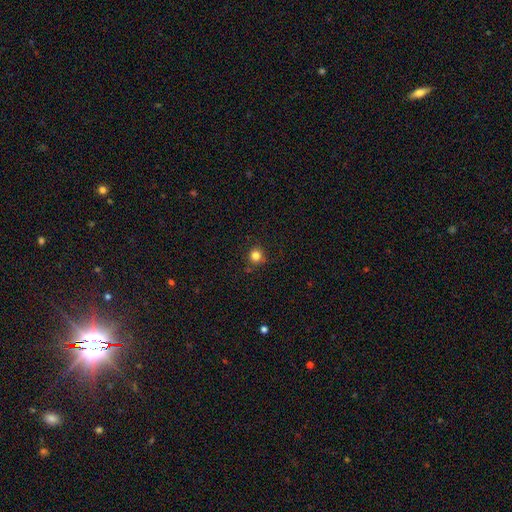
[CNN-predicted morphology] Smooth or featured?
  - smooth: 82% *
  - star or artifact: 13%
  - featured or disk: 5%
How rounded?
  - round: 93% *
  - in between: 6%
  - cigar-shaped: 1%
Merging?
  - none: 86% *
  - minor disturbance: 9%
  - major disturbance: 3%
  - merger: 2%